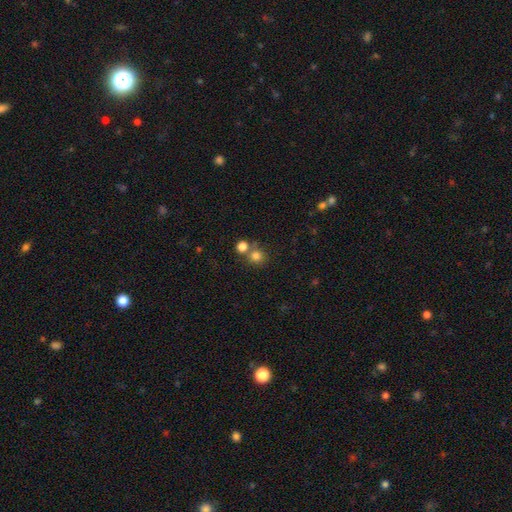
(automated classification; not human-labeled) A smooth galaxy with no disk features (79%) that is round (89%).

Vote fractions:
- Smooth or featured? smooth: 79% / star or artifact: 14% / featured or disk: 7%
- How rounded? round: 89% / in between: 10% / cigar-shaped: 1%
- Merging? none: 60% / merger: 30% / minor disturbance: 7% / major disturbance: 3%